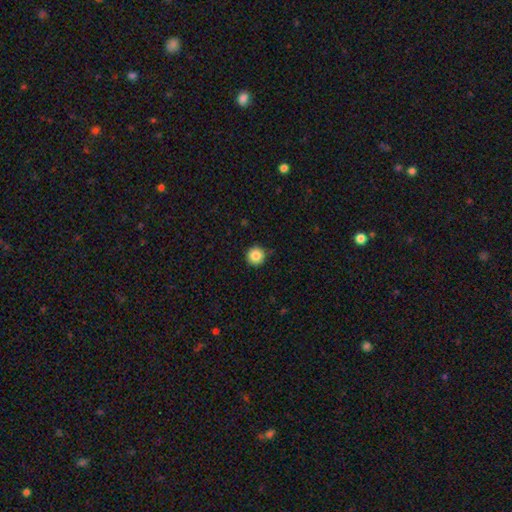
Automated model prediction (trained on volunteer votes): smooth 86%, star or artifact 9%, featured or disk 4%. Down the decision tree: how rounded — round (96%); merging — none (88%).